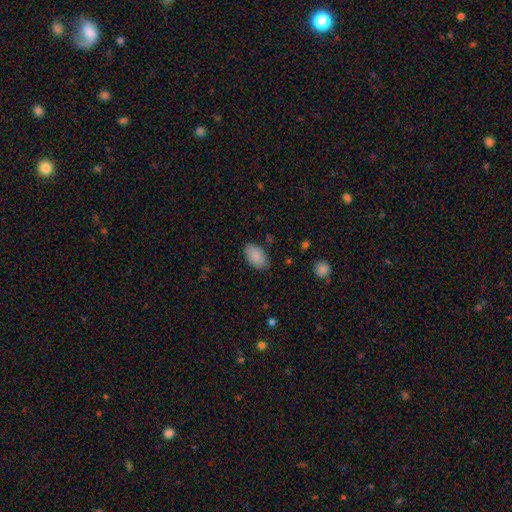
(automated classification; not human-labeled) Overall: smooth (89%). How rounded: in between (94%). Merging: none (84%).